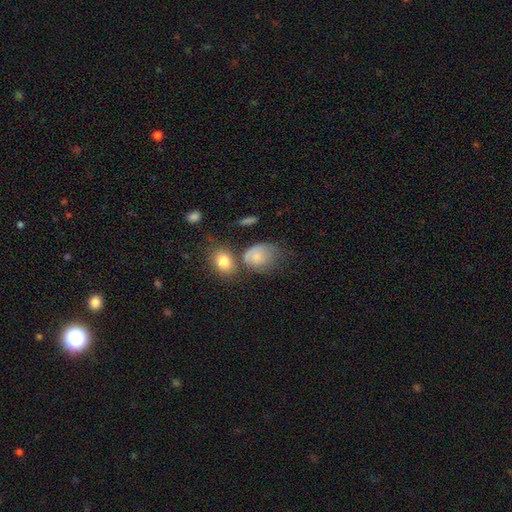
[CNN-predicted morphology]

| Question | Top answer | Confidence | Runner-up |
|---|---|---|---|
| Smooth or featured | smooth | 69% | featured or disk (18%) |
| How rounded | in between | 52% | round (47%) |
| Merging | none | 36% | minor disturbance (27%) |